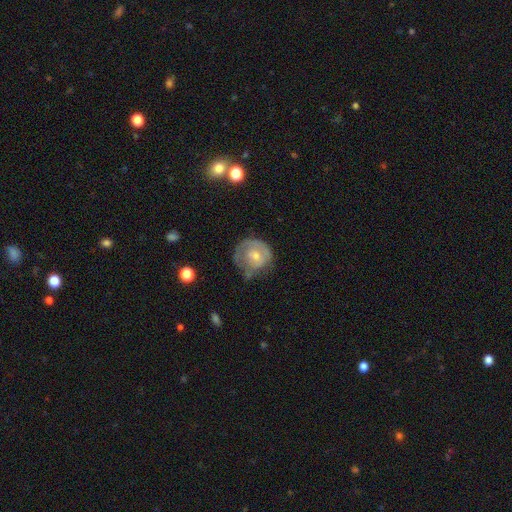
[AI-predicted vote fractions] Overall: featured or disk (61%; smooth 31%). Edge-on disk: no (97%). Bar: no (69%). Spiral arms: yes (65%; no 35%). Bulge size: small (51%; moderate 44%). Merging: none (53%; minor disturbance 27%).